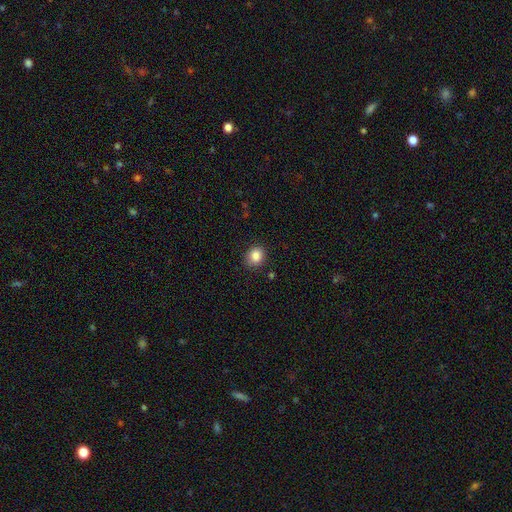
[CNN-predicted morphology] Smooth or featured? Predicted: smooth (p=0.86). How rounded? Predicted: round (p=0.69). Merging? Predicted: none (p=0.86).